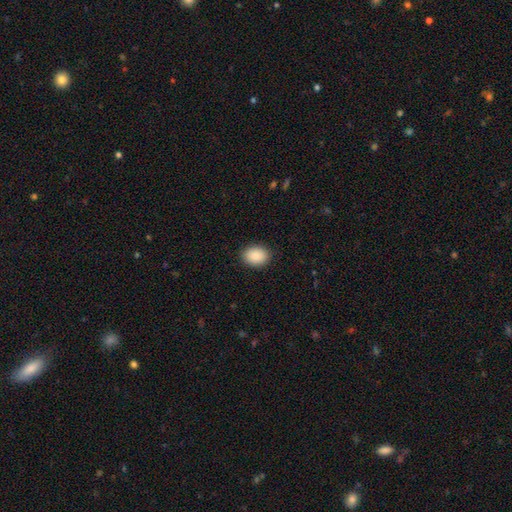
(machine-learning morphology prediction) Overall: smooth (89%). How rounded: in between (68%; round 31%). Merging: none (89%).